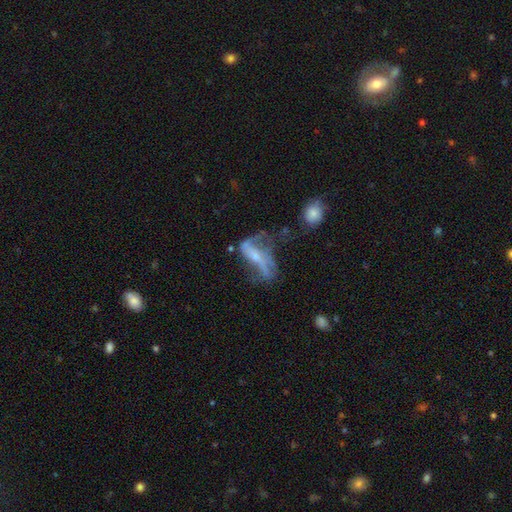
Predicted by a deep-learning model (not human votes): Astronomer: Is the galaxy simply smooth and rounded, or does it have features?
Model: featured or disk — 67%.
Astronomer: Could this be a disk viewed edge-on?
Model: no — 81%.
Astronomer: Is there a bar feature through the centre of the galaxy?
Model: no — 45% (runner-up: strong, 30%).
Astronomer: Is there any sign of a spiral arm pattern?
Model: yes — 60% (runner-up: no, 40%).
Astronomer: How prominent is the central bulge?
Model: small — 51%.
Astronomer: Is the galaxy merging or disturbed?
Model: major disturbance — 38% (runner-up: none, 30%).